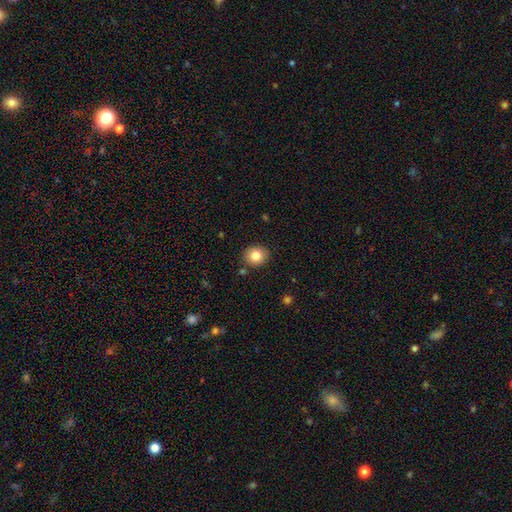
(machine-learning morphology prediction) Smooth or featured?
  - smooth: 84% *
  - star or artifact: 9%
  - featured or disk: 7%
How rounded?
  - round: 75% *
  - in between: 25%
  - cigar-shaped: 1%
Merging?
  - none: 87% *
  - minor disturbance: 8%
  - merger: 3%
  - major disturbance: 2%